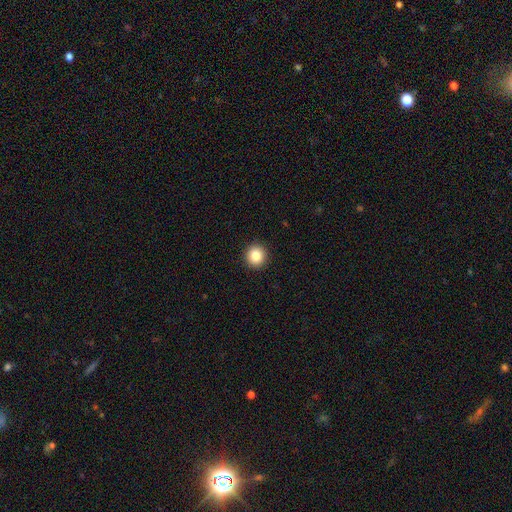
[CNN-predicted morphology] Q: Smooth or featured?
A: smooth (85%); runner-up: star or artifact (10%)
Q: How rounded?
A: round (93%); runner-up: in between (6%)
Q: Merging?
A: none (93%); runner-up: minor disturbance (4%)